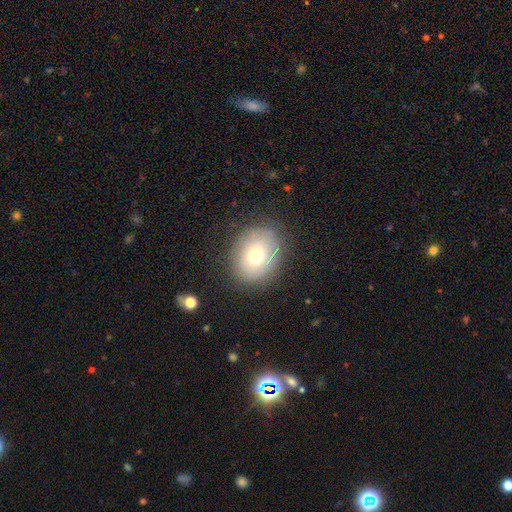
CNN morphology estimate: Q: Smooth or featured?
A: smooth (60%); runner-up: featured or disk (30%)
Q: How rounded?
A: in between (57%); runner-up: round (42%)
Q: Merging?
A: none (80%); runner-up: minor disturbance (14%)